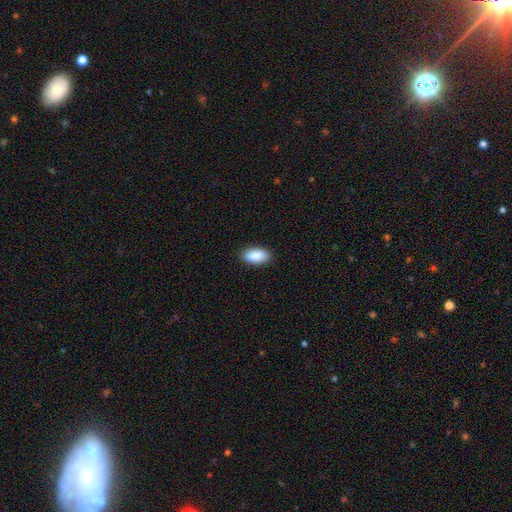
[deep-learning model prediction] This appears to be a smooth galaxy with no disk features (89%) that is in between round and cigar-shaped (94%). Merging: none (89%).